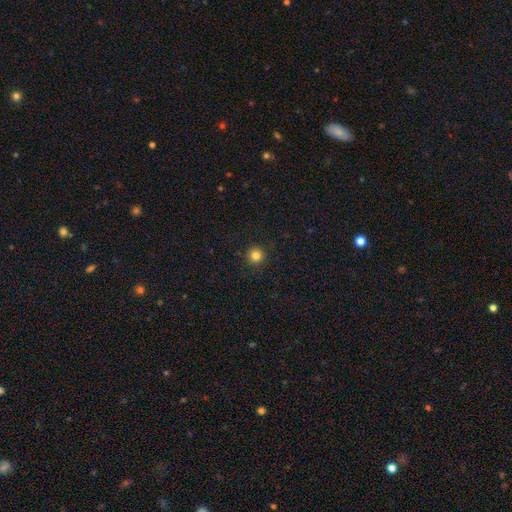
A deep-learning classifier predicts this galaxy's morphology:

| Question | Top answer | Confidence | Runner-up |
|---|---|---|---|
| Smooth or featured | smooth | 83% | star or artifact (12%) |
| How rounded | round | 96% | in between (3%) |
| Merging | none | 92% | minor disturbance (5%) |